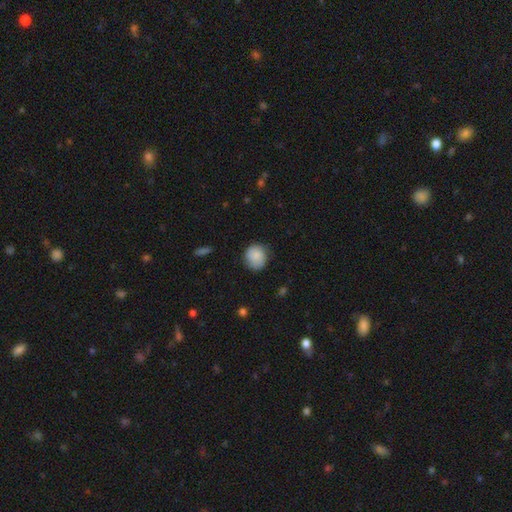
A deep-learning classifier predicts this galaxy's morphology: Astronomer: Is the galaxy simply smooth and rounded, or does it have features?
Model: smooth — 84%.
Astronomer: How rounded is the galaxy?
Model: round — 81%.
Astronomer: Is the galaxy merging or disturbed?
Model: none — 72%.